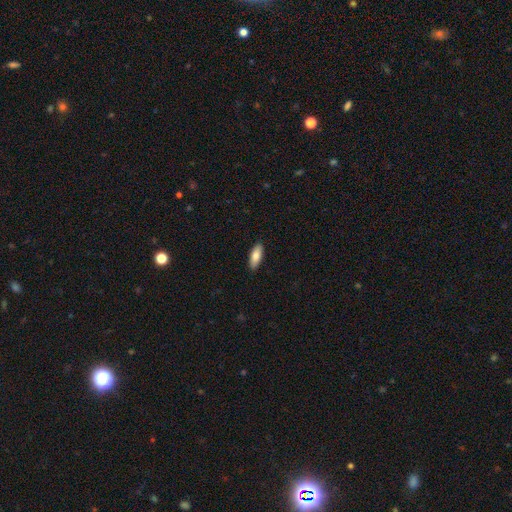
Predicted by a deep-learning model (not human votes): Overall: smooth (82%). How rounded: in between (71%). Merging: none (90%).